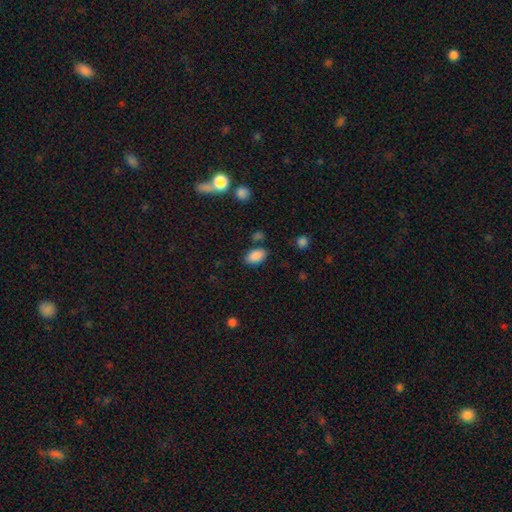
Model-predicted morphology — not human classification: smooth_or_featured: smooth (p=0.87) [alt: star or artifact p=0.09]
how_rounded: in between (p=0.88) [alt: round p=0.10]
merging: none (p=0.78) [alt: minor disturbance p=0.14]